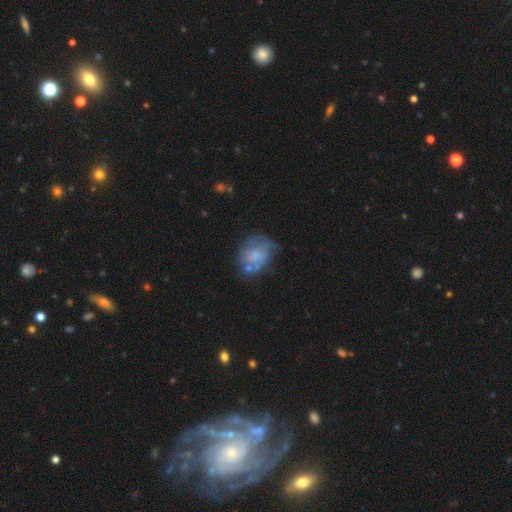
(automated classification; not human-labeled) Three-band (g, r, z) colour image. It shows a smooth galaxy with no disk features (47%). Merging: none (43%).